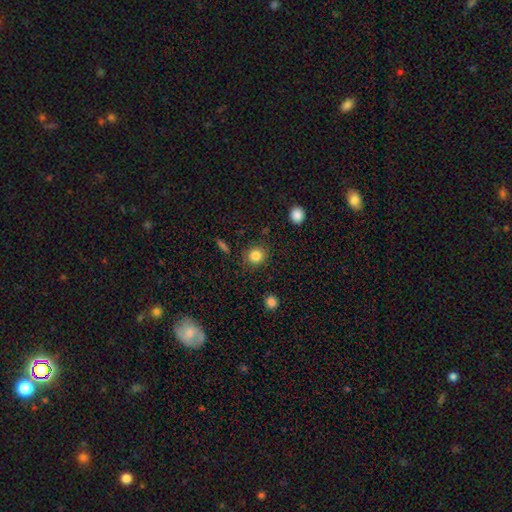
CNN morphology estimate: The model was most divided on "smooth or featured": smooth: 83%, star or artifact: 11%, featured or disk: 6%. More confident: merging — none (88%); how rounded — round (87%).